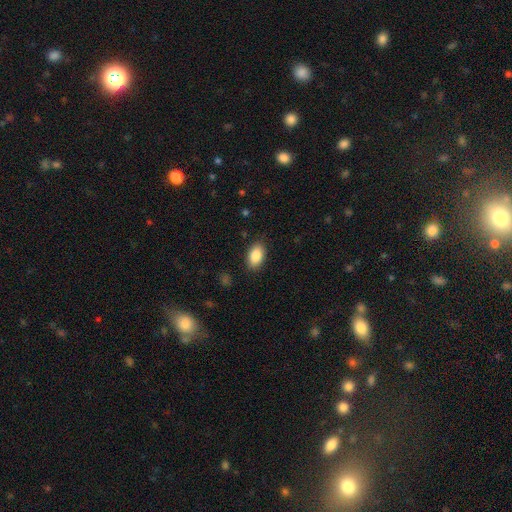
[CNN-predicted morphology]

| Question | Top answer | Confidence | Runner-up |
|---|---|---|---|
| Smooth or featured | smooth | 87% | star or artifact (7%) |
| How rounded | in between | 93% | round (6%) |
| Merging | none | 87% | minor disturbance (9%) |